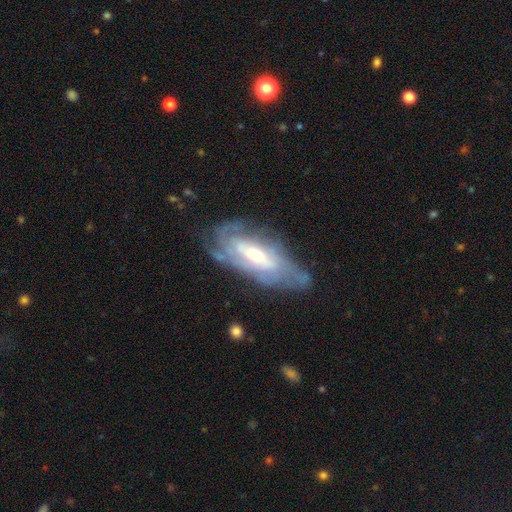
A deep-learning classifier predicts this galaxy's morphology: smooth-or-featured: featured or disk: 77% | smooth: 17% | star or artifact: 7%
  disk-edge-on: no: 87% | yes: 13%
    bar: no: 45% | weak: 38% | strong: 17%
    has-spiral-arms: yes: 83% | no: 17%
      spiral-winding: tight: 59% | medium: 31% | loose: 10%
      spiral-arm-count: can't tell: 55% | 2: 16% | 3: 12% | 4: 8% | more than 4: 4% | 1: 4%
    bulge-size: moderate: 52% | small: 26% | large: 16% | none: 4% | dominant: 2%
  merging: none: 56% | minor disturbance: 26% | major disturbance: 15% | merger: 2%